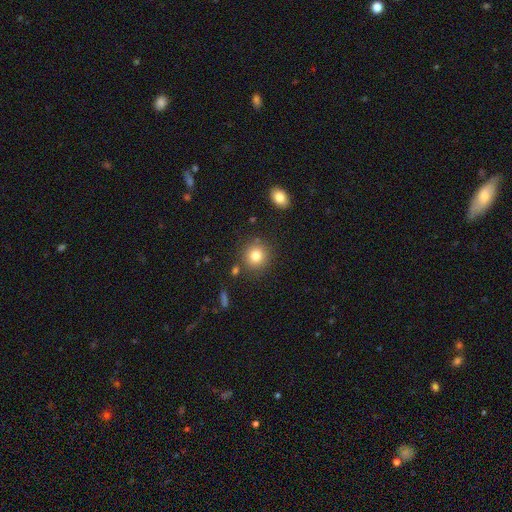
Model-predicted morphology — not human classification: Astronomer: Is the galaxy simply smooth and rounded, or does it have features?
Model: smooth — 80%.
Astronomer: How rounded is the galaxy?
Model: round — 91%.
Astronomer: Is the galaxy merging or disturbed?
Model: none — 84%.